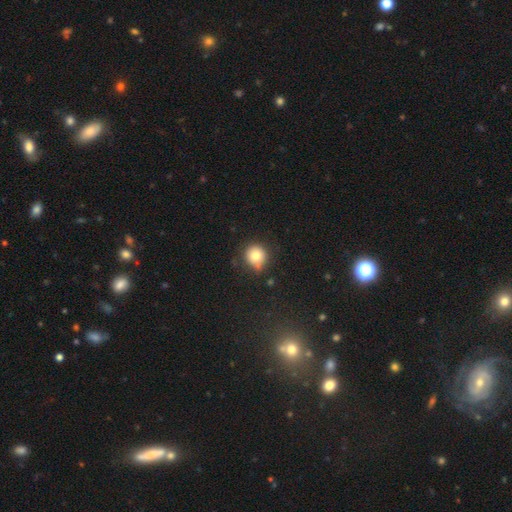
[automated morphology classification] Smooth or featured: smooth — 79% (star or artifact — 11%)
How rounded: round — 88% (in between — 11%)
Merging: none — 66% (minor disturbance — 24%)